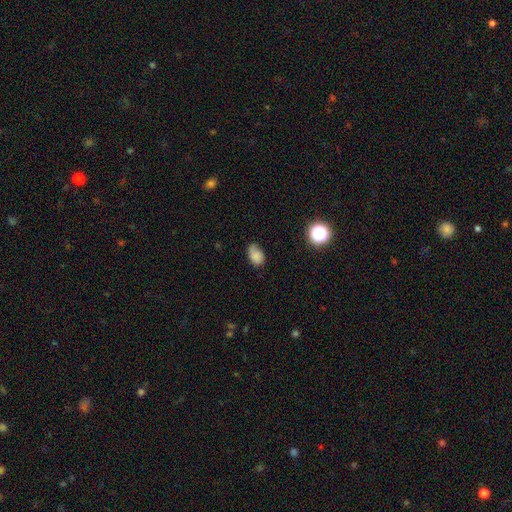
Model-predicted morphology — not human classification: smooth 80%, star or artifact 11%, featured or disk 8%. Down the decision tree: how rounded — in between (81%); merging — none (56%).